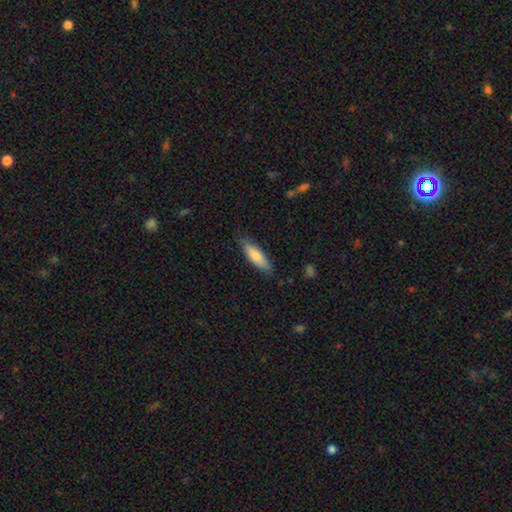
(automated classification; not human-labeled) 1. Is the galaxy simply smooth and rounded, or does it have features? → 80% smooth, 14% featured or disk, 6% star or artifact.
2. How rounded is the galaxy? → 60% cigar-shaped, 38% in between, 1% round.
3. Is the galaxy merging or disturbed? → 84% none, 13% minor disturbance, 2% major disturbance, 1% merger.